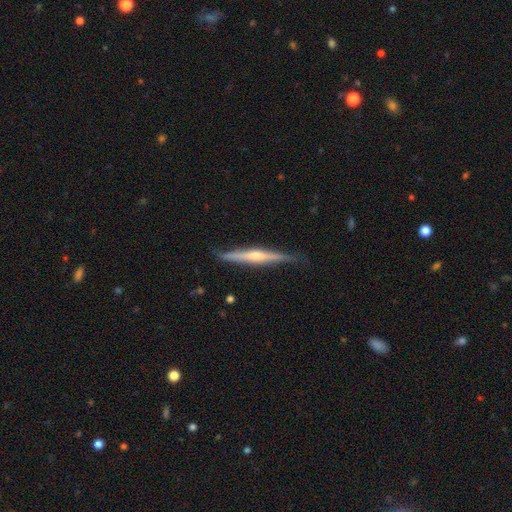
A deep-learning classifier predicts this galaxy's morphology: Smooth or featured? featured or disk (74%)
Edge-on disk? yes (97%)
Edge-on bulge? rounded (77%)
Merging? none (85%)